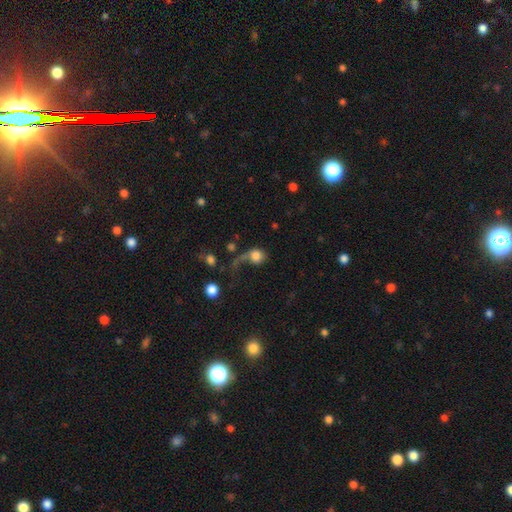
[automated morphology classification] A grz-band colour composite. It shows a smooth galaxy with no disk features (68%) that is round (71%). Merging: major disturbance (48%).